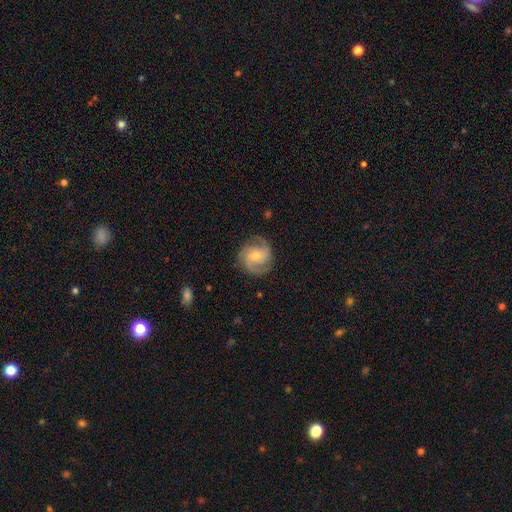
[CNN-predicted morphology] smooth_or_featured: featured or disk (p=0.81) [alt: smooth p=0.13]
disk_edge_on: no (p=0.98) [alt: yes p=0.02]
bar: no (p=0.57) [alt: weak p=0.34]
has_spiral_arms: yes (p=0.96) [alt: no p=0.04]
spiral_winding: medium (p=0.48) [alt: tight p=0.37]
spiral_arm_count: 2 (p=0.40) [alt: 3 p=0.37]
bulge_size: moderate (p=0.53) [alt: small p=0.41]
merging: none (p=0.79) [alt: minor disturbance p=0.15]